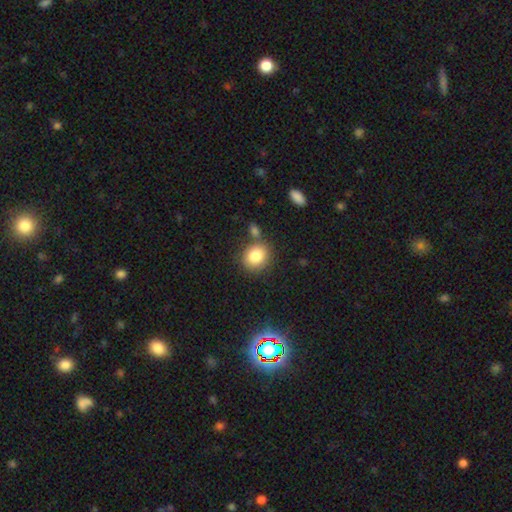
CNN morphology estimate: smooth_or_featured: smooth (p=0.83) [alt: star or artifact p=0.09]
how_rounded: round (p=0.77) [alt: in between p=0.22]
merging: none (p=0.71) [alt: merger p=0.13]